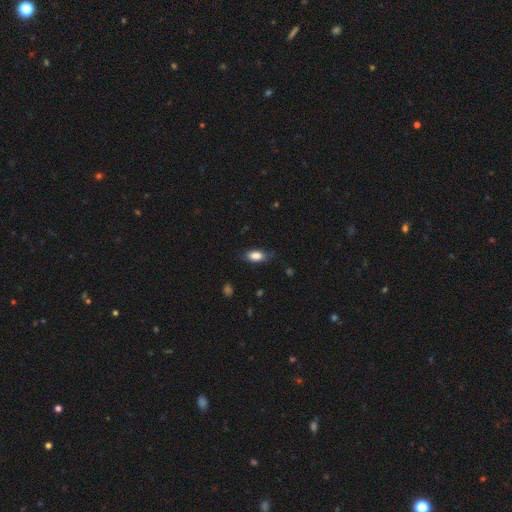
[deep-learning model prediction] smooth 83%, featured or disk 10%, star or artifact 7%. Down the decision tree: how rounded — in between (86%); merging — none (73%).